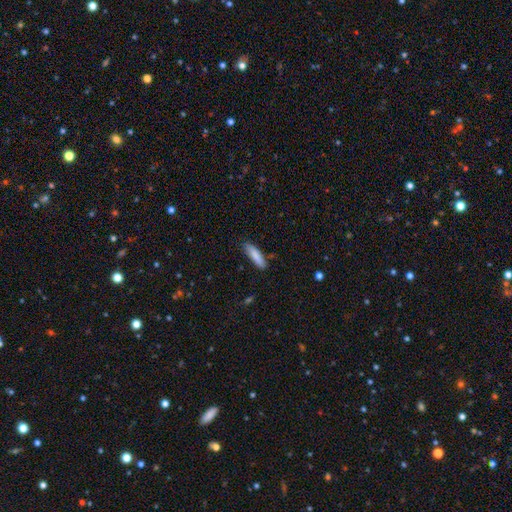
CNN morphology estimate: Overall: smooth (85%). How rounded: cigar-shaped (73%). Merging: none (81%).